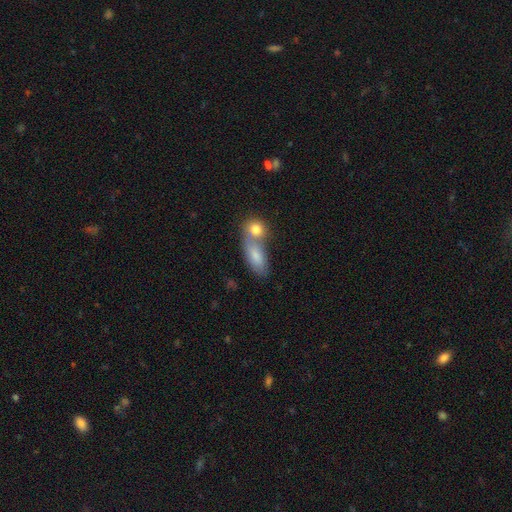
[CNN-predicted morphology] A smooth galaxy with no disk features (77%) that is in between round and cigar-shaped (80%).

Vote fractions:
- Smooth or featured? smooth: 77% / featured or disk: 16% / star or artifact: 7%
- How rounded? in between: 80% / cigar-shaped: 10% / round: 9%
- Merging? merger: 54% / none: 30% / minor disturbance: 10% / major disturbance: 6%